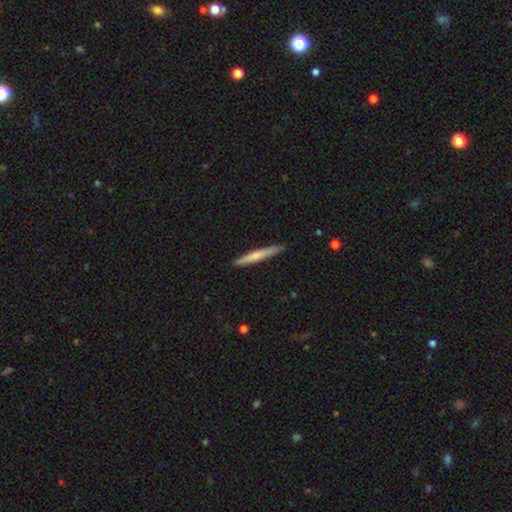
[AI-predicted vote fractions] This is likely a smooth galaxy (63%). How rounded: clearly cigar-shaped (96%). Merging: clearly none (88%).